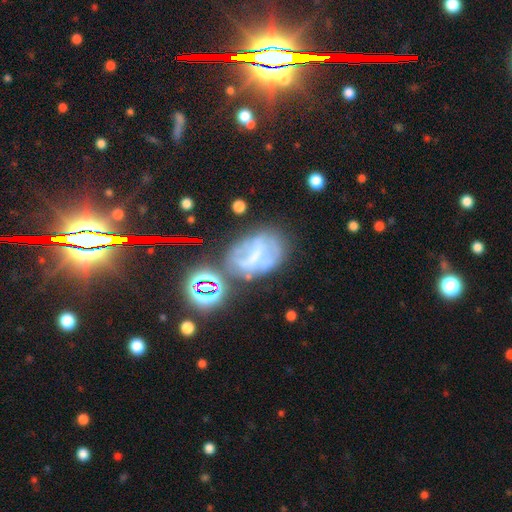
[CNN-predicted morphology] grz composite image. It shows a featured or disk galaxy (54%) with no bar (38%), no spiral arms (60%) and no central bulge (54%). Merging: none (44%).